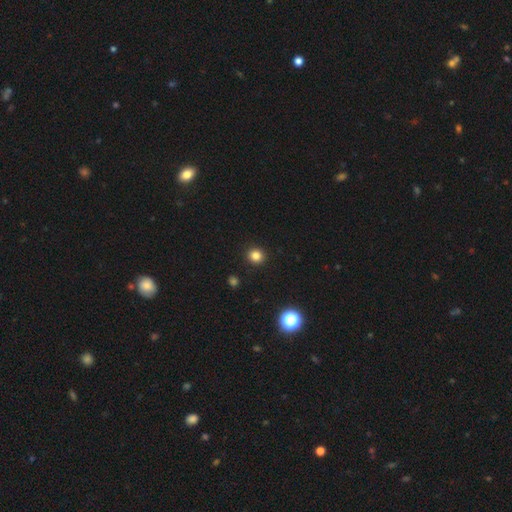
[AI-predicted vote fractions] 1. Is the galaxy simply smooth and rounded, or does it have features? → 82% smooth, 14% star or artifact, 4% featured or disk.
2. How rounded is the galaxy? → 89% round, 10% in between, 1% cigar-shaped.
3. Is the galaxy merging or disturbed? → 92% none, 5% minor disturbance, 2% major disturbance, 1% merger.